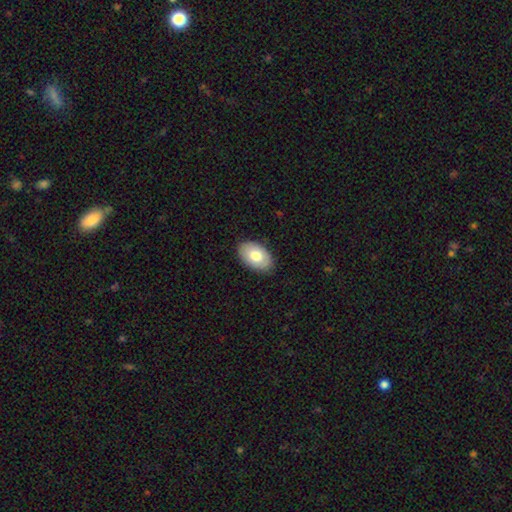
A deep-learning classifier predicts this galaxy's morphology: Smooth or featured? Predicted: smooth (p=0.77). How rounded? Predicted: in between (p=0.93). Merging? Predicted: none (p=0.87).